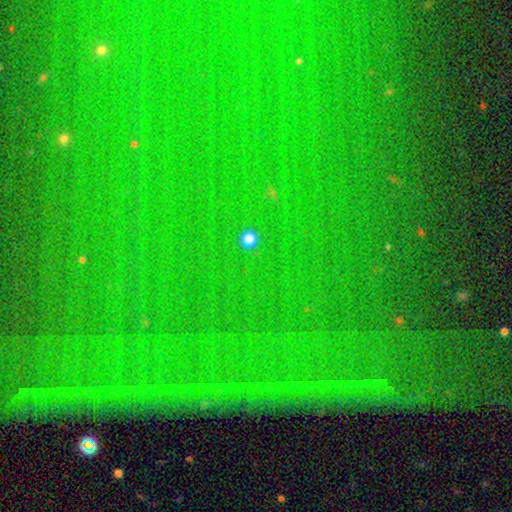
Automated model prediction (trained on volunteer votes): Smooth or featured? star or artifact (81%)